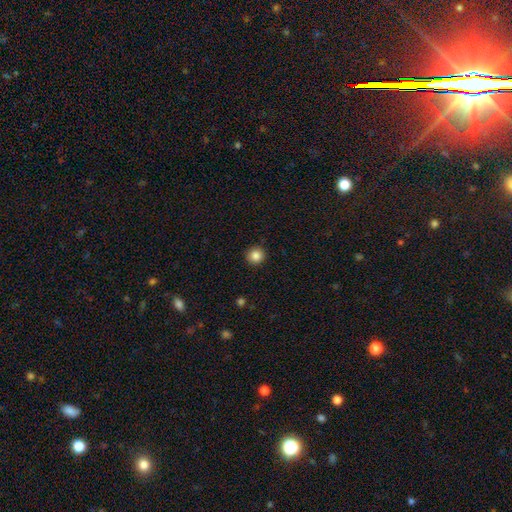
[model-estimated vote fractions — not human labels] Morphology: type=smooth (85%); roundness=round (95%); merging=none (92%).